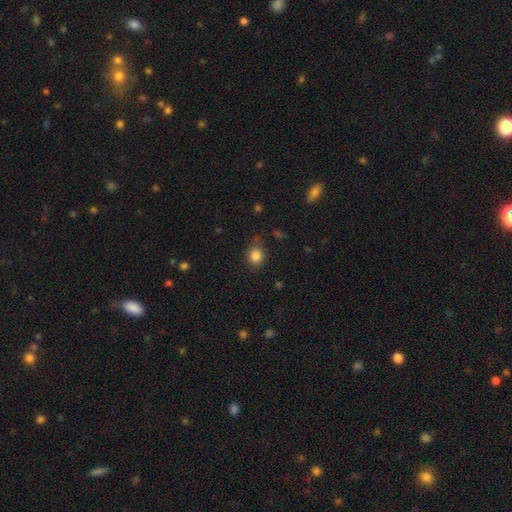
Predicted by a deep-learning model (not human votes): Smooth or featured? smooth (84%)
How rounded? round (82%)
Merging? none (81%)